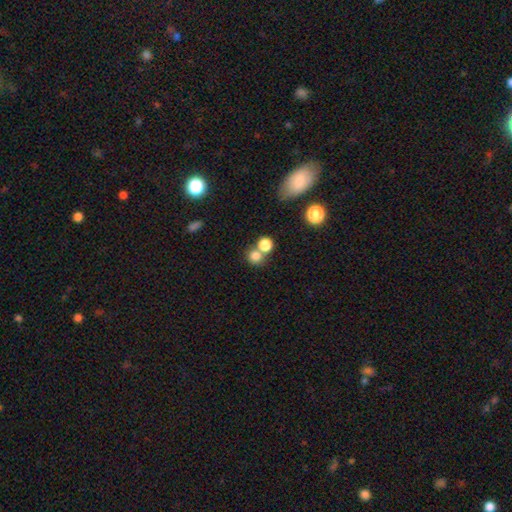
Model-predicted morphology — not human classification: This appears to be a smooth galaxy with no disk features (79%) that is round (85%). Merging: none (51%).